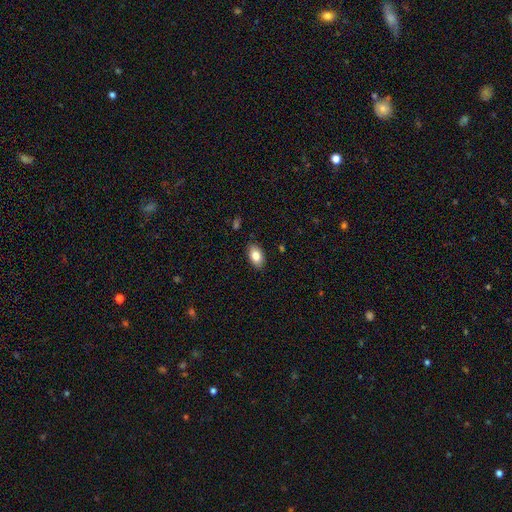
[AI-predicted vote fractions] Q: Smooth or featured?
A: smooth (83%); runner-up: featured or disk (10%)
Q: How rounded?
A: in between (91%); runner-up: round (8%)
Q: Merging?
A: none (87%); runner-up: minor disturbance (10%)